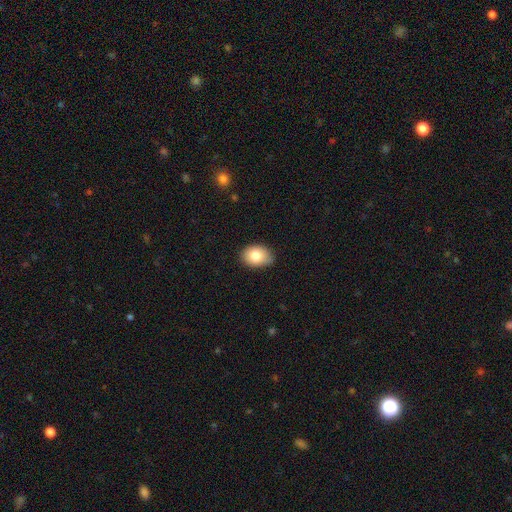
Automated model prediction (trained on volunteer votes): smooth_or_featured: smooth (p=0.82) [alt: featured or disk p=0.10]
how_rounded: in between (p=0.75) [alt: round p=0.24]
merging: none (p=0.78) [alt: minor disturbance p=0.18]